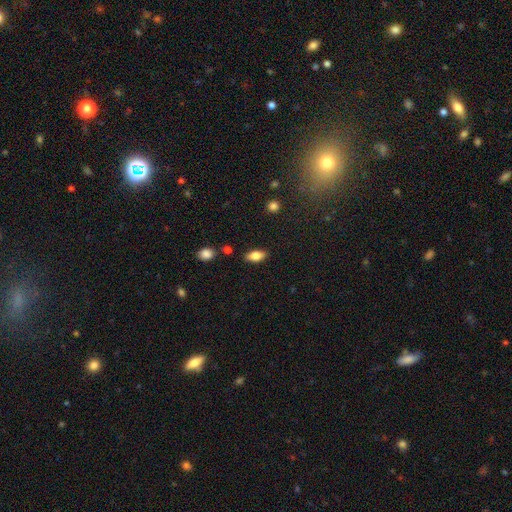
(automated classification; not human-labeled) Q: Smooth or featured?
A: smooth (78%); runner-up: featured or disk (14%)
Q: How rounded?
A: in between (87%); runner-up: cigar-shaped (9%)
Q: Merging?
A: none (85%); runner-up: minor disturbance (10%)